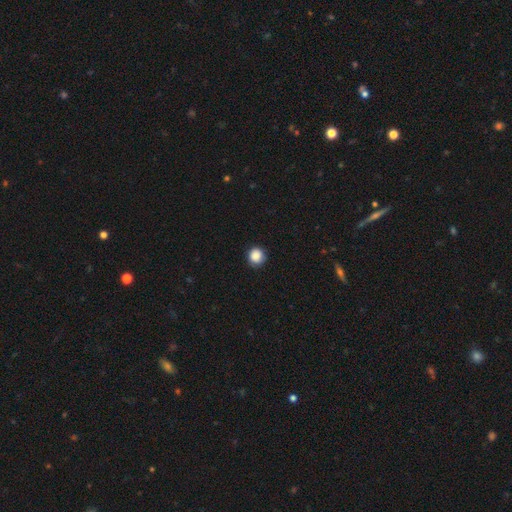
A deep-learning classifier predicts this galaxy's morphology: Smooth or featured: smooth — 87% (star or artifact — 9%)
How rounded: round — 93% (in between — 6%)
Merging: none — 88% (minor disturbance — 9%)